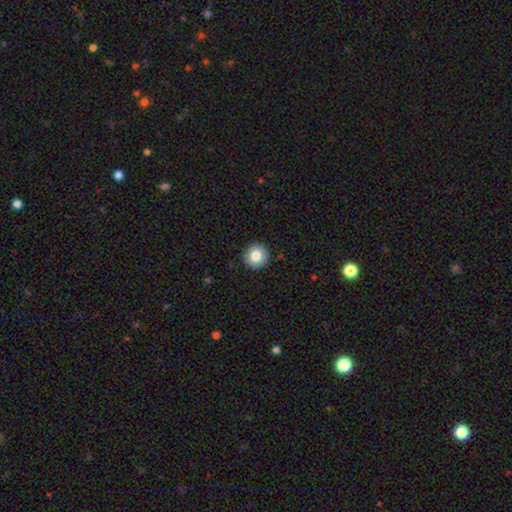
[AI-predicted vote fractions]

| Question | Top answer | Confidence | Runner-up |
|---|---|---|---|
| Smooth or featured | smooth | 81% | featured or disk (11%) |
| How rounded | round | 94% | in between (5%) |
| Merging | none | 91% | minor disturbance (6%) |